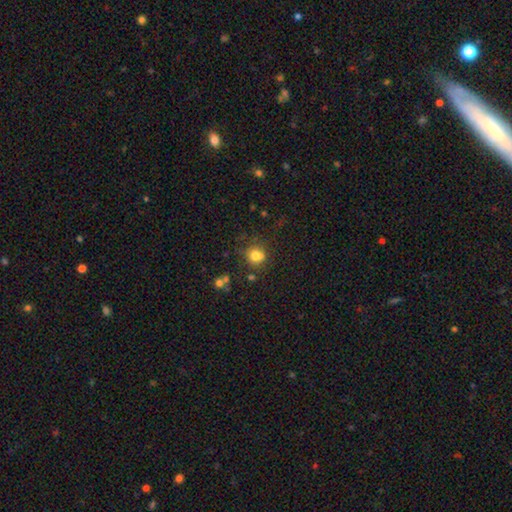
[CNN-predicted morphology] Smooth or featured? Predicted: smooth (p=0.74). How rounded? Predicted: round (p=0.82). Merging? Predicted: none (p=0.56).